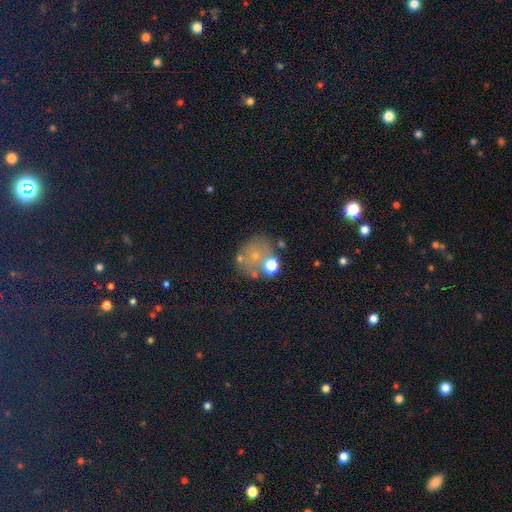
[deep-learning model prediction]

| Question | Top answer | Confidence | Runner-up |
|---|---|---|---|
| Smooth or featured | smooth | 52% | star or artifact (24%) |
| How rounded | round | 75% | in between (24%) |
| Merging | none | 57% | merger (17%) |